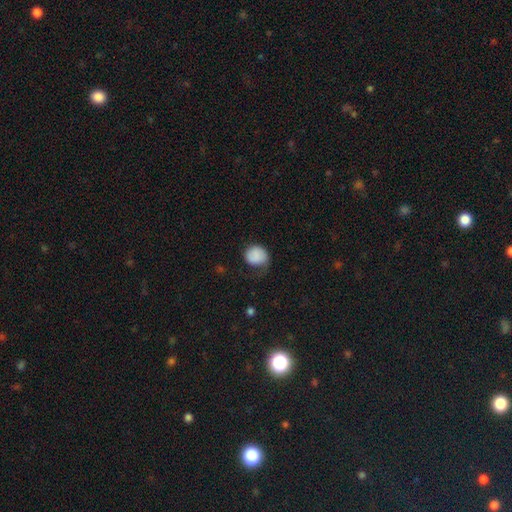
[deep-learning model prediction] smooth_or_featured: smooth (p=0.82) [alt: featured or disk p=0.11]
how_rounded: round (p=0.75) [alt: in between p=0.24]
merging: none (p=0.42) [alt: minor disturbance p=0.33]